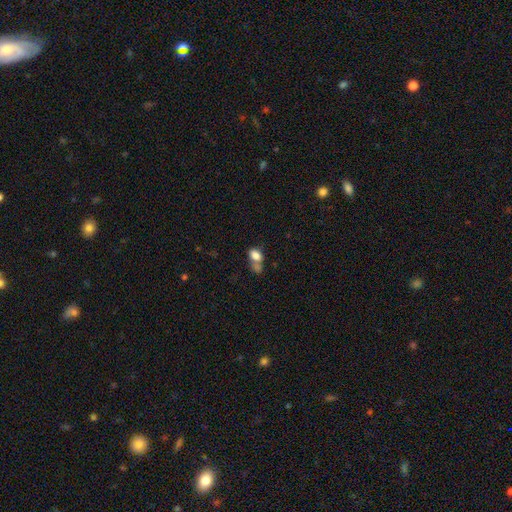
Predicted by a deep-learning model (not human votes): A smooth galaxy with no disk features (79%) that is in between round and cigar-shaped (82%).

Vote fractions:
- Smooth or featured? smooth: 79% / featured or disk: 11% / star or artifact: 11%
- How rounded? in between: 82% / round: 15% / cigar-shaped: 2%
- Merging? merger: 46% / none: 30% / minor disturbance: 14% / major disturbance: 9%